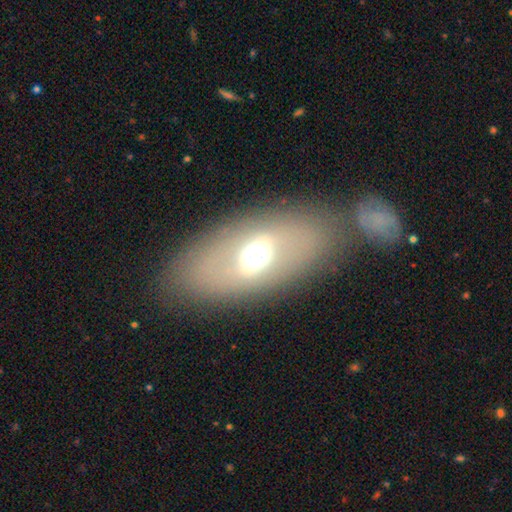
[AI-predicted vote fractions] Morphology: type=smooth (47%); merging=none (80%).